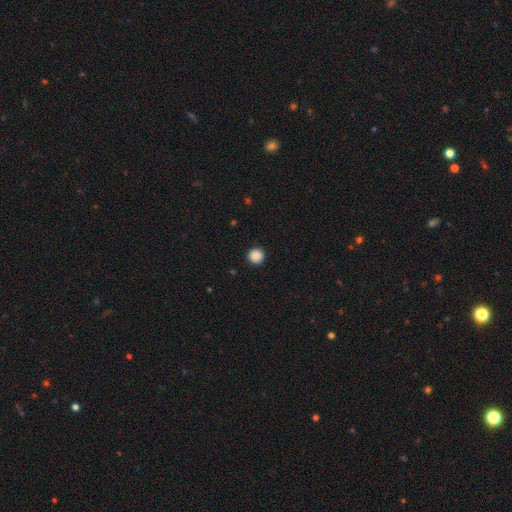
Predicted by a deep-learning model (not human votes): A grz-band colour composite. It shows a smooth galaxy with no disk features (88%) that is round (96%). Merging: none (93%).